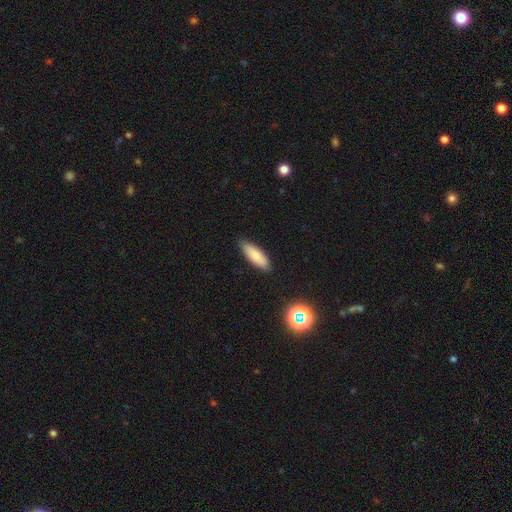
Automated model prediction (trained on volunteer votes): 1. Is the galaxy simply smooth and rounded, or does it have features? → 82% smooth, 11% featured or disk, 7% star or artifact.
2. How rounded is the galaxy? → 58% in between, 40% cigar-shaped, 2% round.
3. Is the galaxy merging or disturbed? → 85% none, 11% minor disturbance, 2% major disturbance, 1% merger.